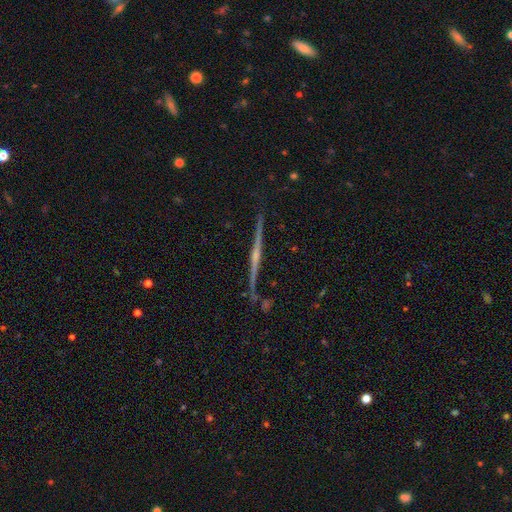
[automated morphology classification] type=featured or disk (85%); edge-on=yes (98%); edge-on bulge=rounded (74%); merging=none (84%).